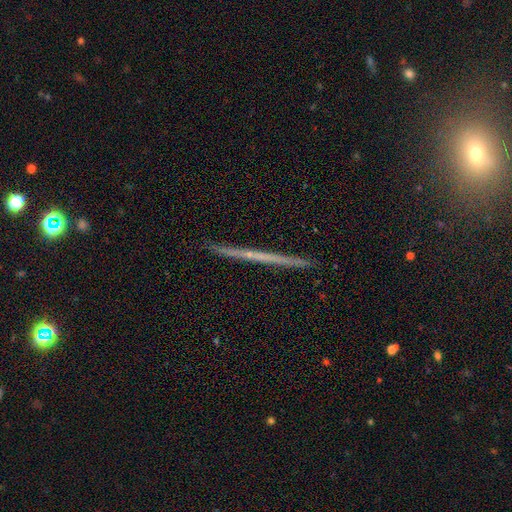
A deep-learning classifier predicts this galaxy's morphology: This is likely a featured or disk galaxy (63%). It is clearly viewed edge-on (97%). Edge-on bulge: likely none (75%). Merging: clearly none (90%).